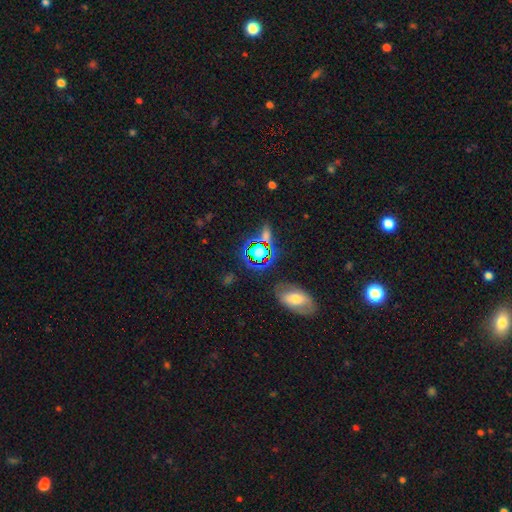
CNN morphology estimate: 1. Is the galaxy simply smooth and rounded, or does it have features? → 59% star or artifact, 29% smooth, 12% featured or disk.